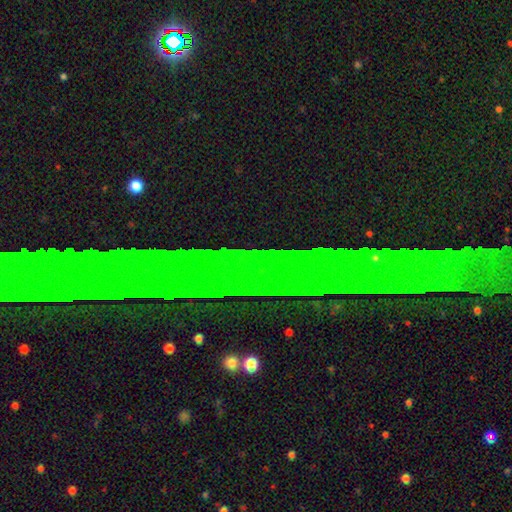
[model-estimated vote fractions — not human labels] star or artifact 72%, featured or disk 16%, smooth 12%.